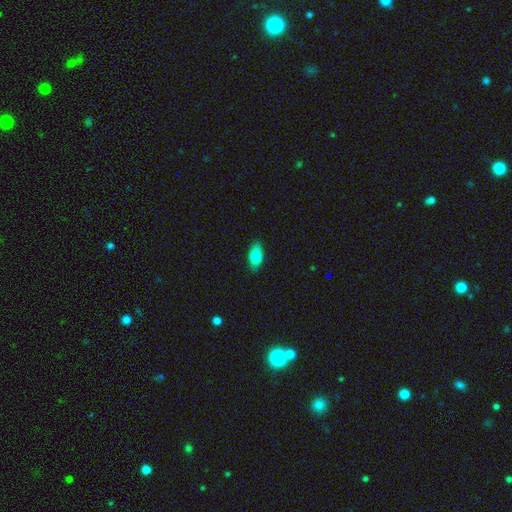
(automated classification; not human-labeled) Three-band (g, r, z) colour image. It shows a smooth galaxy with no disk features (83%) that is in between round and cigar-shaped (89%). Merging: none (85%).